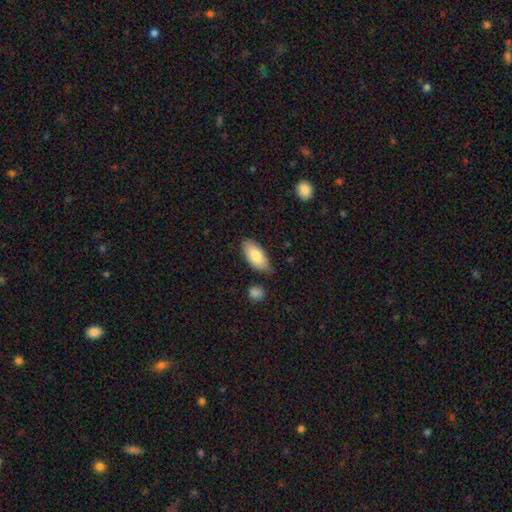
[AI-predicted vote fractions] A smooth galaxy with no disk features (81%) that is in between round and cigar-shaped (91%). Merging: none (79%).